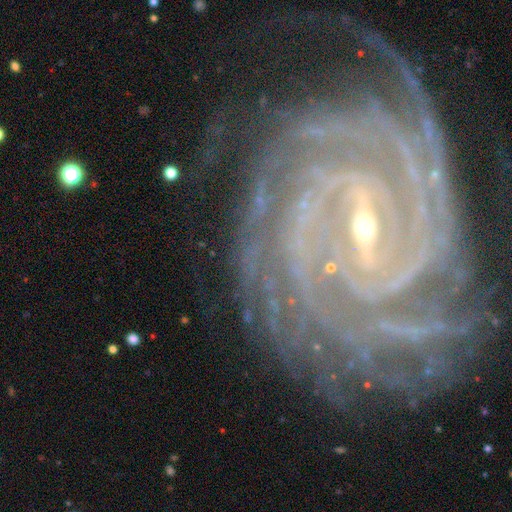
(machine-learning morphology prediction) Smooth or featured: featured or disk — 87% (star or artifact — 8%)
Edge-on disk: no — 94% (yes — 6%)
Bar: strong — 59% (weak — 24%)
Spiral arms: yes — 97% (no — 3%)
Spiral winding: tight — 80% (medium — 16%)
Spiral arm count: can't tell — 24% (more than 4 — 21%)
Bulge size: small — 68% (moderate — 26%)
Merging: none — 73% (minor disturbance — 15%)